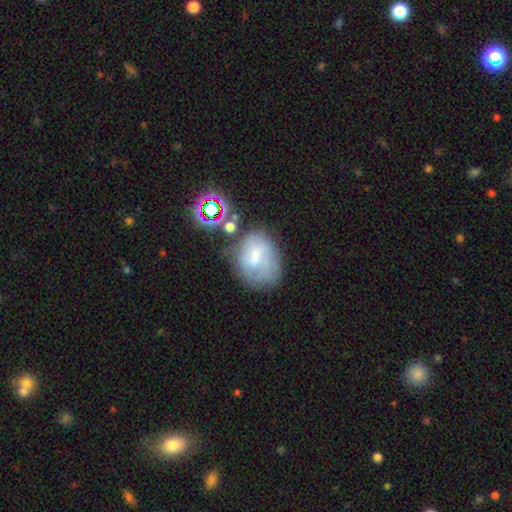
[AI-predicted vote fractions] smooth 49%, featured or disk 37%, star or artifact 15%. Down the decision tree: merging — none (49%).